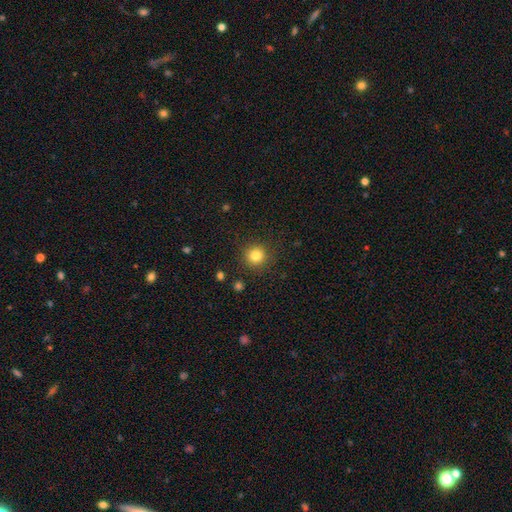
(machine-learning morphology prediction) Q: Smooth or featured?
A: smooth (82%); runner-up: star or artifact (13%)
Q: How rounded?
A: round (93%); runner-up: in between (6%)
Q: Merging?
A: none (89%); runner-up: minor disturbance (7%)